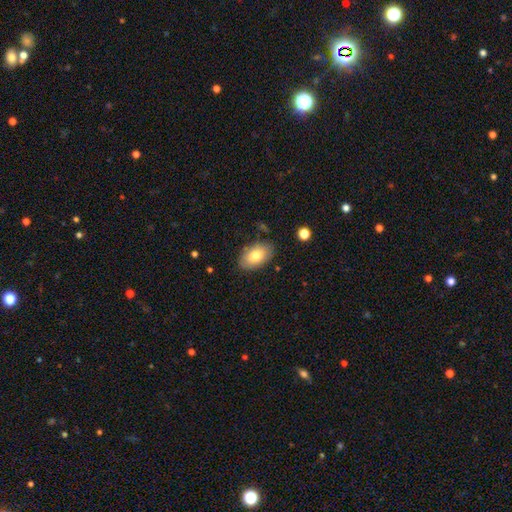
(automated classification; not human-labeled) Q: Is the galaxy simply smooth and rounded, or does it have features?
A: smooth — 76%.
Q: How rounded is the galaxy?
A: in between — 92%.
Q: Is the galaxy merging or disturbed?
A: none — 82%.